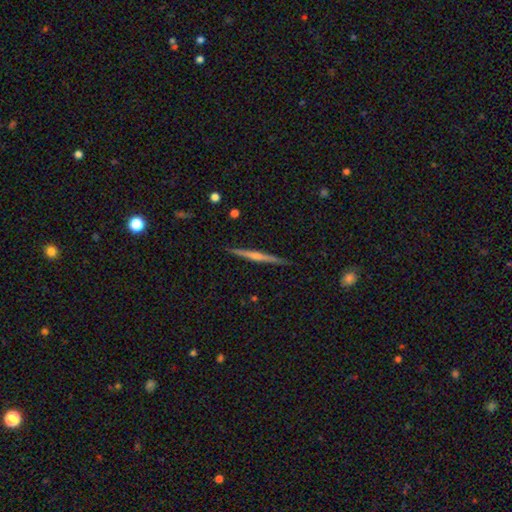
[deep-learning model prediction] A featured or disk galaxy (72%) viewed edge-on (98%) with a rounded central bulge (65%). Merging: none (91%).